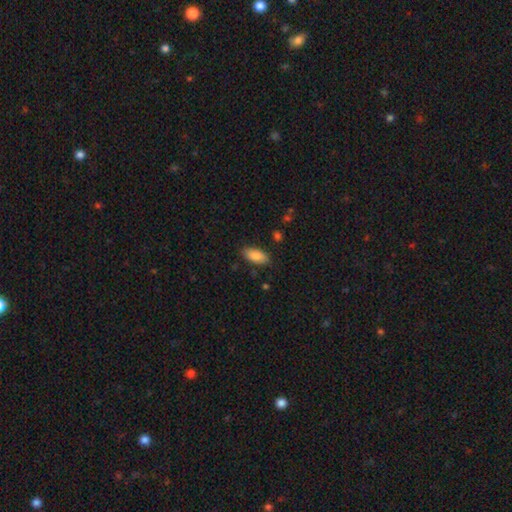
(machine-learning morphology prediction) Overall: smooth (86%). How rounded: in between (89%). Merging: none (85%).